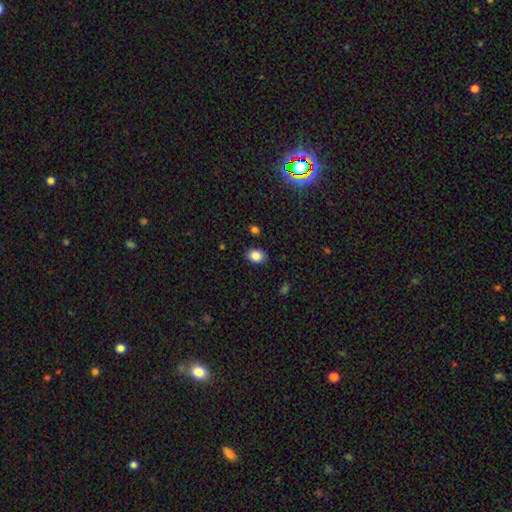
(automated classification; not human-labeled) A smooth galaxy with no disk features (86%) that is in between round and cigar-shaped (61%).

Vote fractions:
- Smooth or featured? smooth: 86% / star or artifact: 10% / featured or disk: 4%
- How rounded? in between: 61% / round: 38% / cigar-shaped: 1%
- Merging? none: 84% / minor disturbance: 11% / major disturbance: 3% / merger: 2%